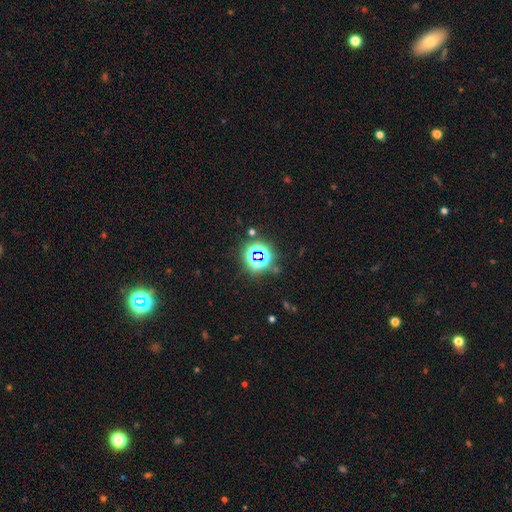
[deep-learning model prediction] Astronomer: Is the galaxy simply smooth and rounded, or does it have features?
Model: star or artifact — 76%.